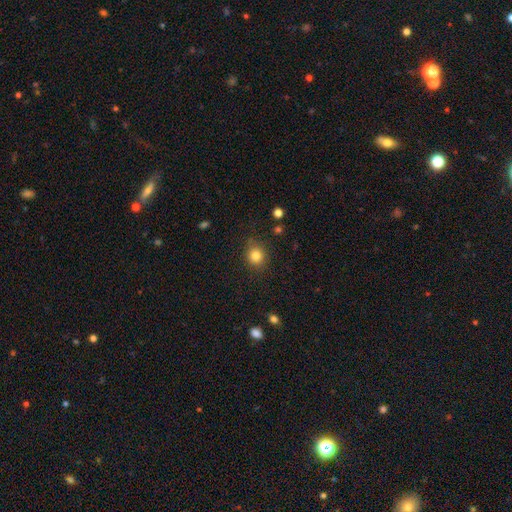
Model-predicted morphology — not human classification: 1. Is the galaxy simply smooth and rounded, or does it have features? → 83% smooth, 11% star or artifact, 6% featured or disk.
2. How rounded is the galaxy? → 82% round, 17% in between, 1% cigar-shaped.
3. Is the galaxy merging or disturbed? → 81% none, 13% minor disturbance, 4% major disturbance, 2% merger.